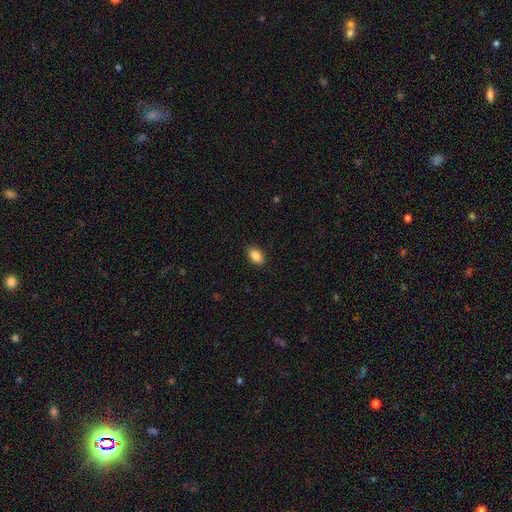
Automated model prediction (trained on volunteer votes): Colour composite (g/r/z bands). It shows a smooth galaxy with no disk features (86%) that is in between round and cigar-shaped (90%). Merging: none (88%).